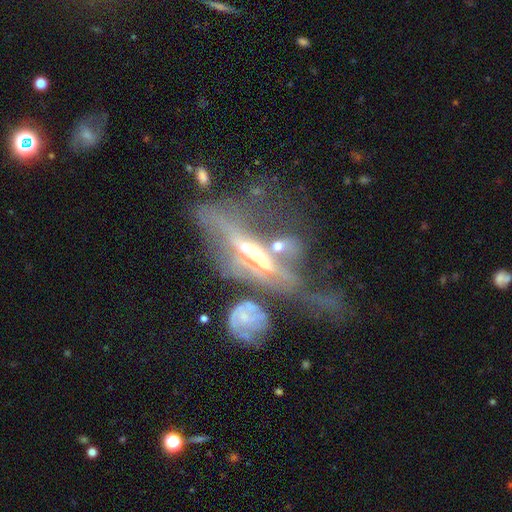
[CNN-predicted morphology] featured or disk 74%, smooth 14%, star or artifact 11%. Down the decision tree: edge-on disk — yes (63%); merging — major disturbance (34%).